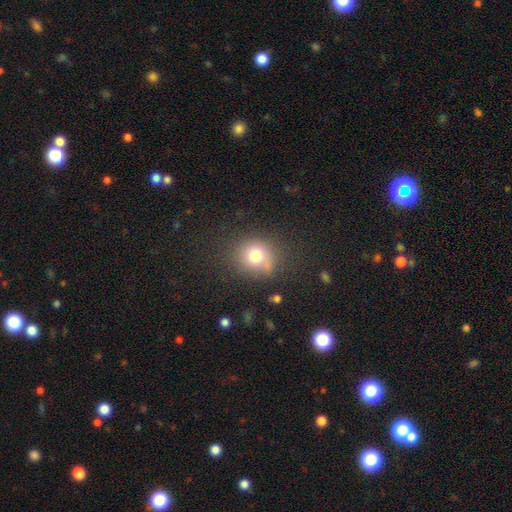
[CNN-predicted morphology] type=smooth (74%); roundness=round (82%); merging=none (72%).